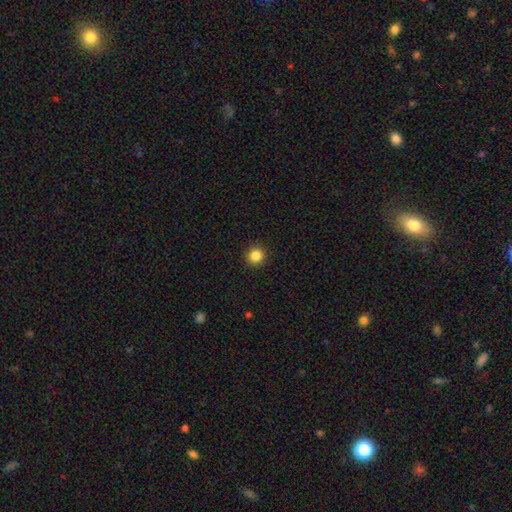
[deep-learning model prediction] smooth-or-featured: smooth: 85% | star or artifact: 11% | featured or disk: 4%
  how-rounded: round: 89% | in between: 10% | cigar-shaped: 1%
  merging: none: 92% | minor disturbance: 5% | major disturbance: 2% | merger: 1%